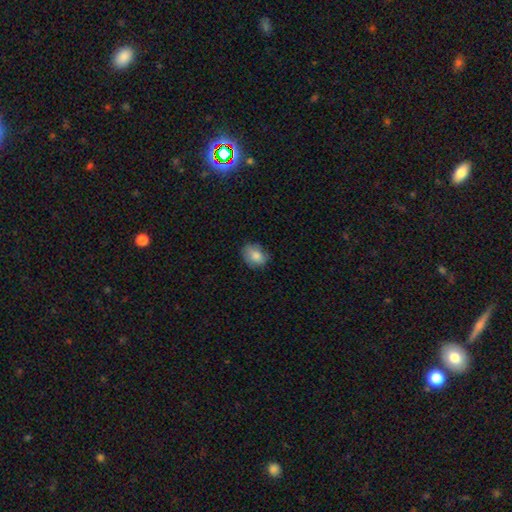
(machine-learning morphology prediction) Smooth or featured: smooth — 80% (featured or disk — 12%)
How rounded: in between — 58% (round — 41%)
Merging: none — 71% (minor disturbance — 23%)